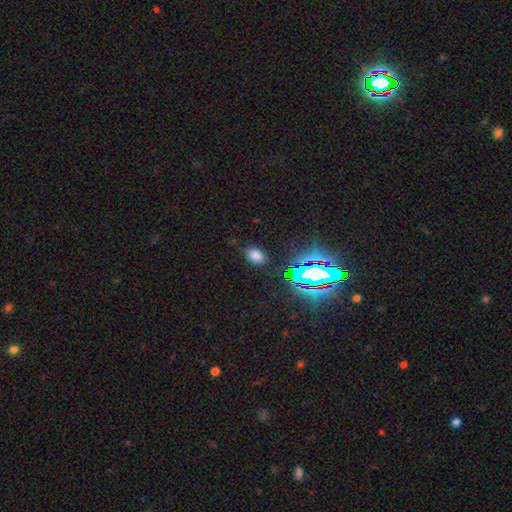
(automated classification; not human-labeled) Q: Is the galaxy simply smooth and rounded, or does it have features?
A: smooth — 70%.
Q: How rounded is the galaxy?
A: in between — 81%.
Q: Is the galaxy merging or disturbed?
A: none — 85%.